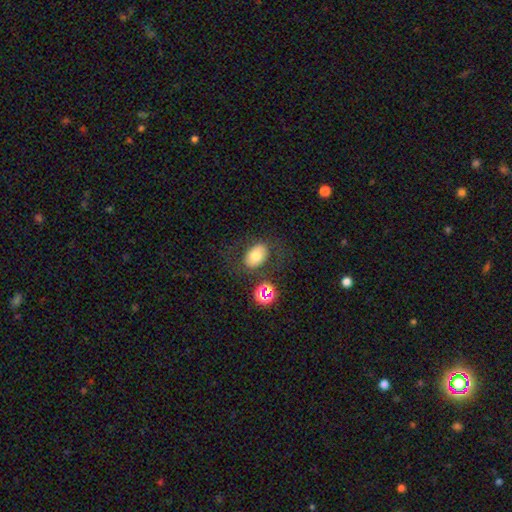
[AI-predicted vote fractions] This appears to be a smooth galaxy with no disk features (67%) that is in between round and cigar-shaped (77%). Merging: none (70%).